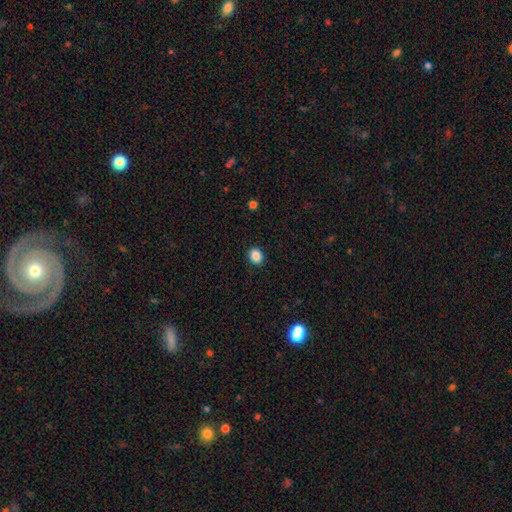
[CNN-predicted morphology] The model was most divided on "how rounded": in between: 50%, round: 49%, cigar-shaped: 1%. More confident: merging — none (88%); smooth or featured — smooth (87%).